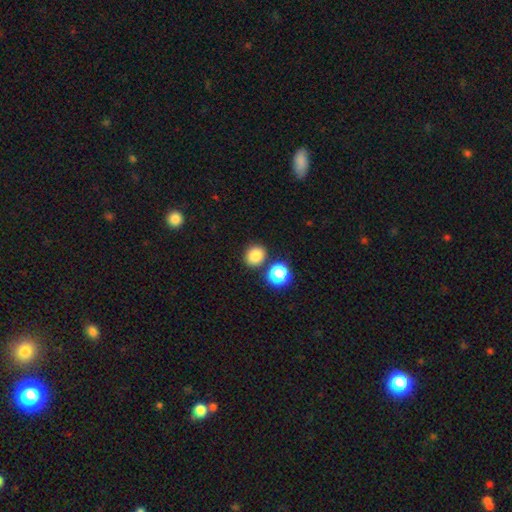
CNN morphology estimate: The model was most divided on "how rounded": round: 70%, in between: 29%, cigar-shaped: 1%. More confident: smooth or featured — smooth (83%); merging — none (78%).